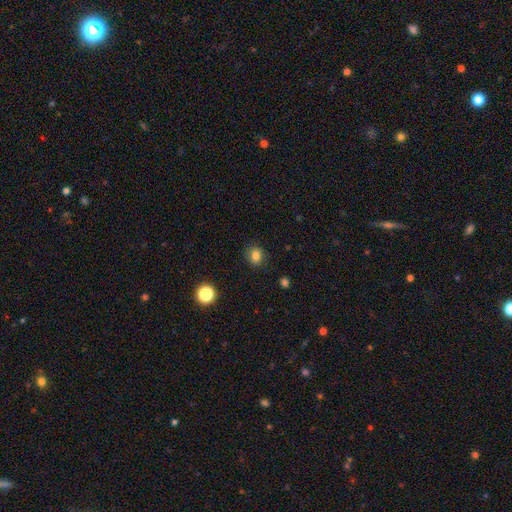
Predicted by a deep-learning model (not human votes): Smooth or featured? Predicted: smooth (p=0.81). How rounded? Predicted: round (p=0.58). Merging? Predicted: none (p=0.85).